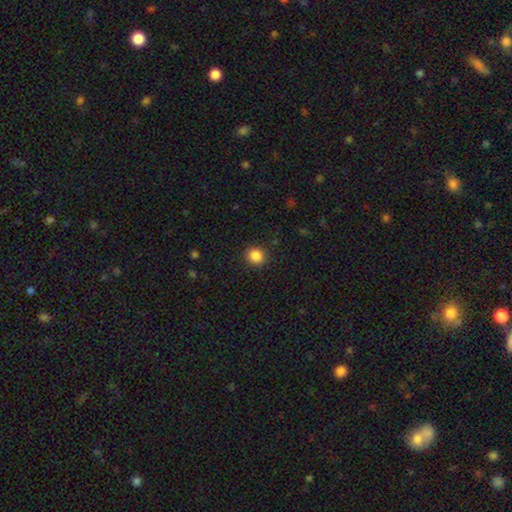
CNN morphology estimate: This is clearly a smooth galaxy (87%). How rounded: likely round (77%). Merging: clearly none (89%).